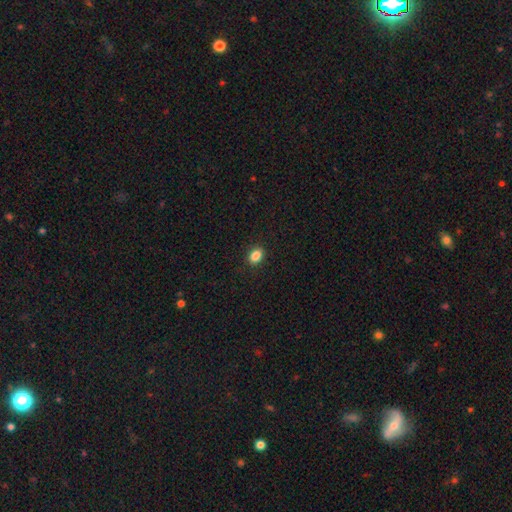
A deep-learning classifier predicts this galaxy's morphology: smooth 86%, star or artifact 10%, featured or disk 4%. Down the decision tree: how rounded — in between (74%); merging — none (90%).